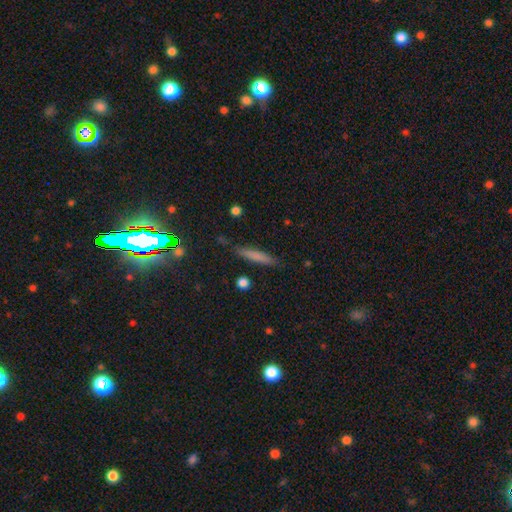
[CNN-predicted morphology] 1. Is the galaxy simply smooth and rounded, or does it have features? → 71% smooth, 20% featured or disk, 9% star or artifact.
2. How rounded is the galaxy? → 90% cigar-shaped, 8% in between, 2% round.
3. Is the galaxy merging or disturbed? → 84% none, 12% minor disturbance, 2% major disturbance, 2% merger.